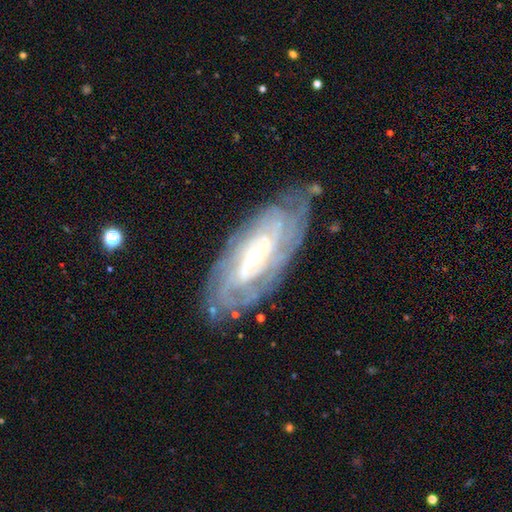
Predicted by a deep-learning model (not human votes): Smooth or featured? featured or disk (85%)
Edge-on disk? no (90%)
Bar? no (48%)
Spiral arms? yes (94%)
Spiral winding? tight (76%)
Spiral arm count? can't tell (45%)
Bulge size? small (61%)
Merging? none (77%)